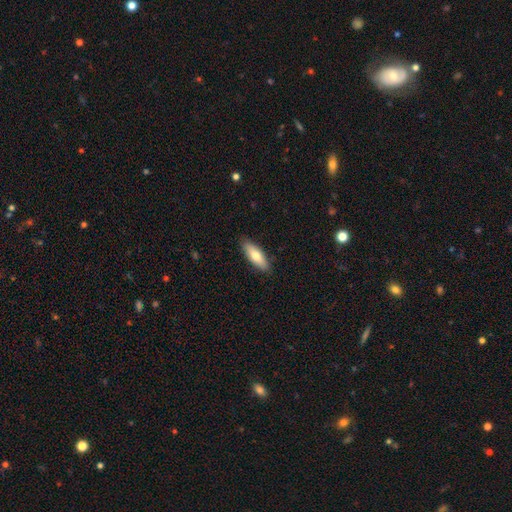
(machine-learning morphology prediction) Smooth or featured: smooth — 71% (featured or disk — 23%)
How rounded: in between — 59% (cigar-shaped — 39%)
Merging: none — 88% (minor disturbance — 10%)